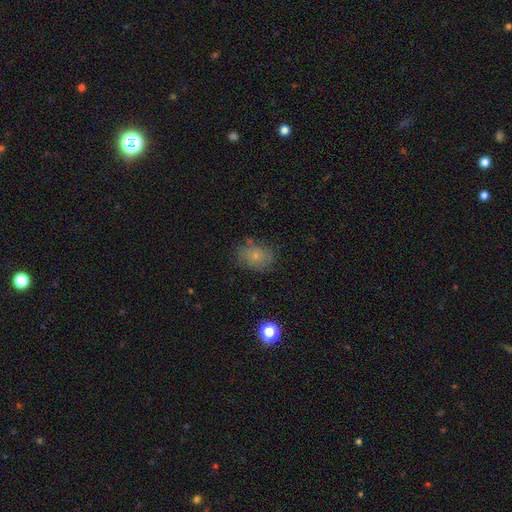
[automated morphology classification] Smooth or featured: smooth — 69% (featured or disk — 18%)
How rounded: in between — 54% (round — 45%)
Merging: none — 72% (minor disturbance — 19%)